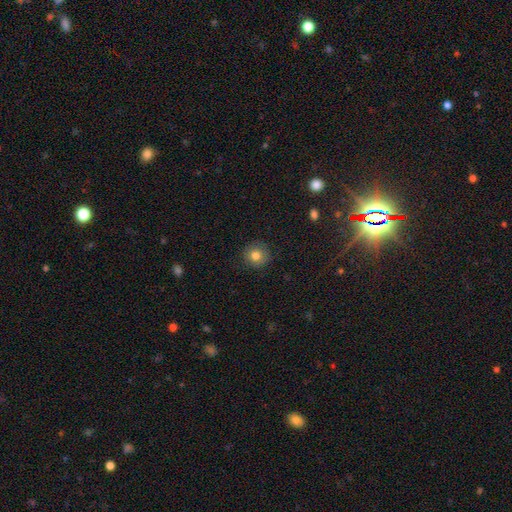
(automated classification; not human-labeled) Q: Smooth or featured?
A: smooth (80%); runner-up: star or artifact (11%)
Q: How rounded?
A: round (94%); runner-up: in between (5%)
Q: Merging?
A: none (89%); runner-up: minor disturbance (8%)